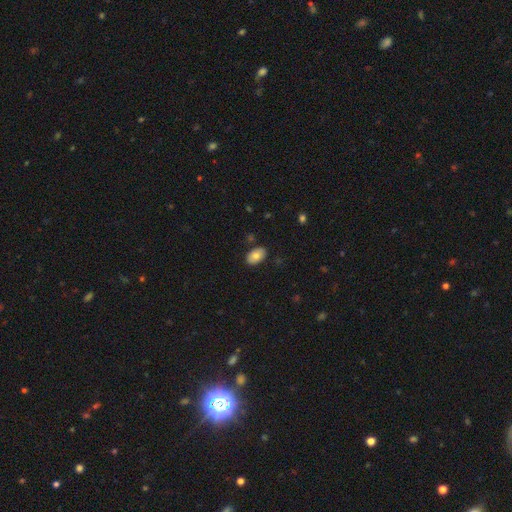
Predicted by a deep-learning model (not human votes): smooth-or-featured: smooth: 78% | featured or disk: 15% | star or artifact: 7%
  how-rounded: in between: 92% | round: 6% | cigar-shaped: 1%
  merging: none: 85% | minor disturbance: 10% | major disturbance: 2% | merger: 2%